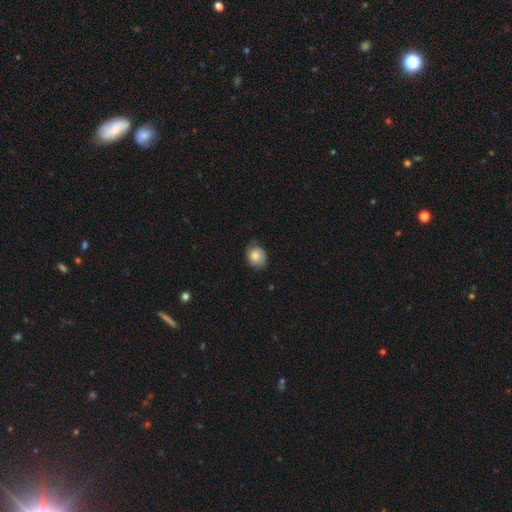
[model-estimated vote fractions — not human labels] Overall: smooth (71%). How rounded: round (55%; in between 44%). Merging: none (59%; minor disturbance 31%).